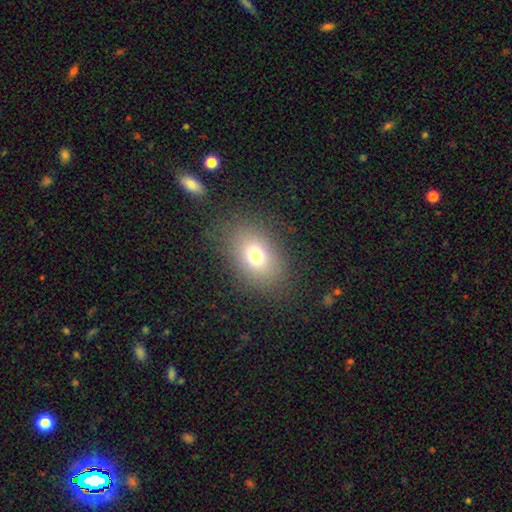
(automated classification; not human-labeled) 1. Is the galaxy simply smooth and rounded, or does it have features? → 71% smooth, 15% star or artifact, 14% featured or disk.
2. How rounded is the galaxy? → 72% in between, 27% round, 1% cigar-shaped.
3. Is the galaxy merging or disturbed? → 80% none, 12% minor disturbance, 7% major disturbance, 1% merger.